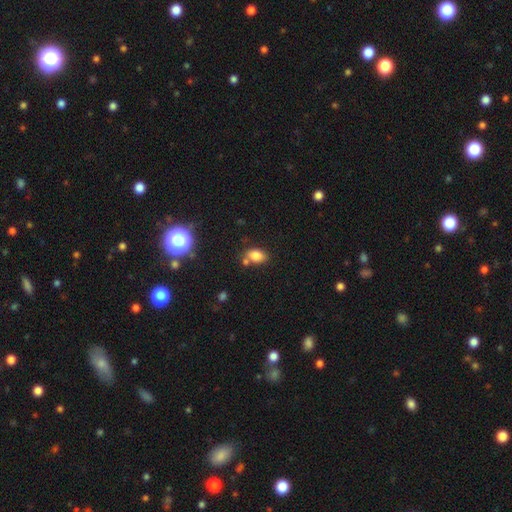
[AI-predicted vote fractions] This appears to be a smooth galaxy with no disk features (80%) that is in between round and cigar-shaped (83%). Merging: none (65%).